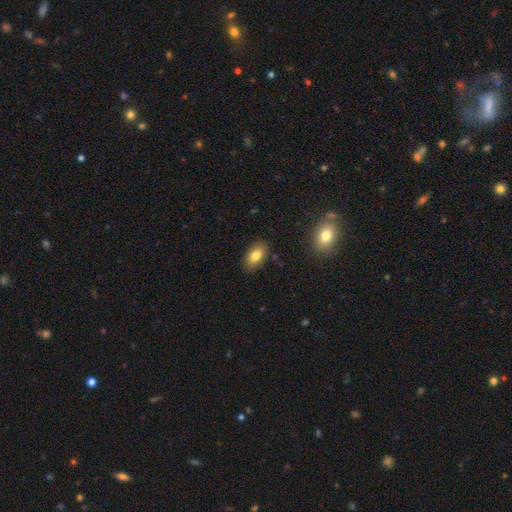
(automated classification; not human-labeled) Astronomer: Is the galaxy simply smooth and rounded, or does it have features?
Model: smooth — 80%.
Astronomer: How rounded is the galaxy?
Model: in between — 91%.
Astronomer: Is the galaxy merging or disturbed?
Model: none — 86%.